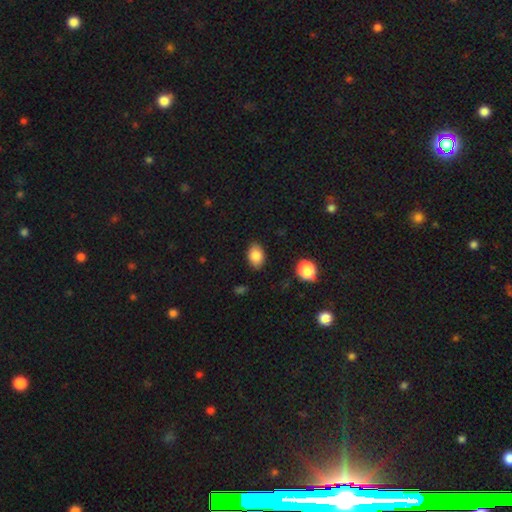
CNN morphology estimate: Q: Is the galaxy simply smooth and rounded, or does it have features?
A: smooth — 85%.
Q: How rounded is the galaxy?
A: in between — 81%.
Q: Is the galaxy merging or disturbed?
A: none — 85%.